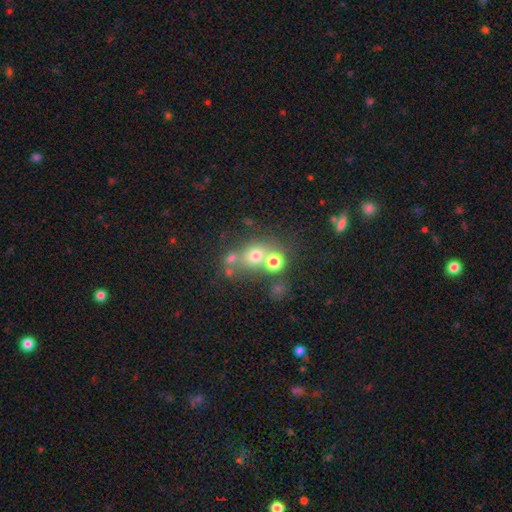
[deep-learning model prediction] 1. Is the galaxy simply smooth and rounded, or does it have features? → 64% smooth, 20% star or artifact, 16% featured or disk.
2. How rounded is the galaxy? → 73% round, 26% in between, 1% cigar-shaped.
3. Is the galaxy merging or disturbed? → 53% none, 31% merger, 11% minor disturbance, 6% major disturbance.